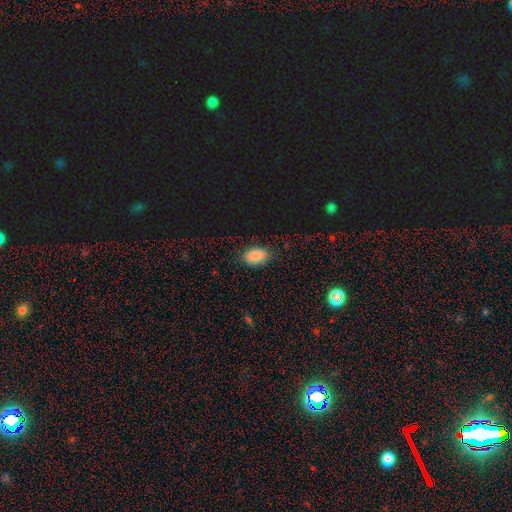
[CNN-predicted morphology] smooth-or-featured: smooth: 84% | star or artifact: 10% | featured or disk: 5%
  how-rounded: in between: 88% | round: 10% | cigar-shaped: 2%
  merging: none: 83% | minor disturbance: 13% | major disturbance: 3% | merger: 1%